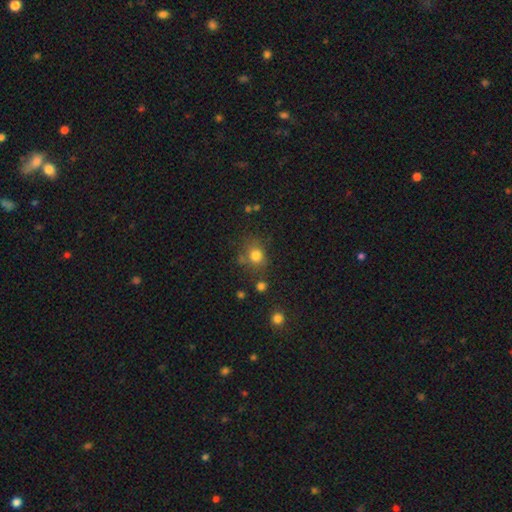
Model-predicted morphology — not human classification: smooth-or-featured: smooth: 79% | star or artifact: 13% | featured or disk: 7%
  how-rounded: round: 76% | in between: 23% | cigar-shaped: 1%
  merging: none: 70% | minor disturbance: 16% | merger: 7% | major disturbance: 7%